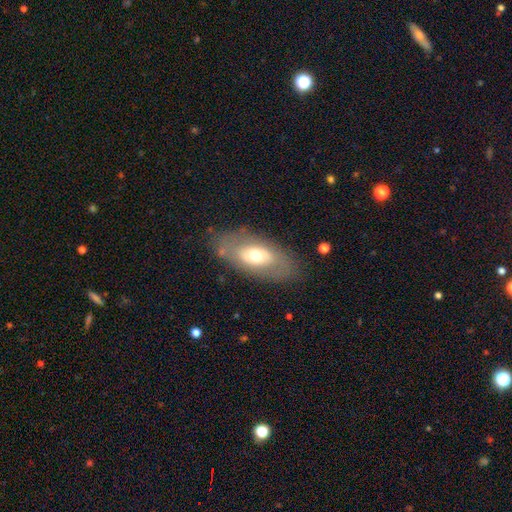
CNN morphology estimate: A smooth galaxy with no disk features (49%). Merging: none (78%).